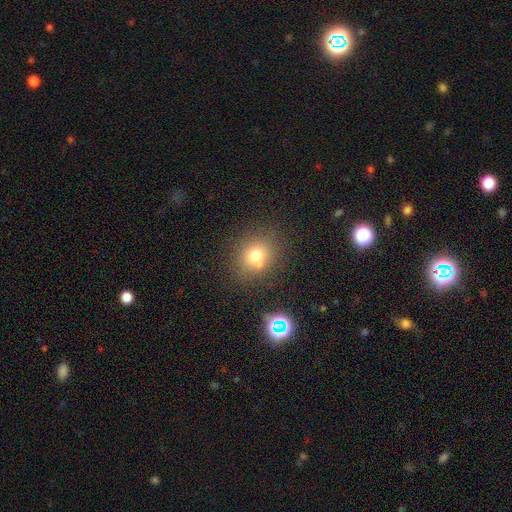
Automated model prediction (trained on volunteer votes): This appears to be a smooth galaxy with no disk features (70%) that is round (72%). Merging: none (63%).